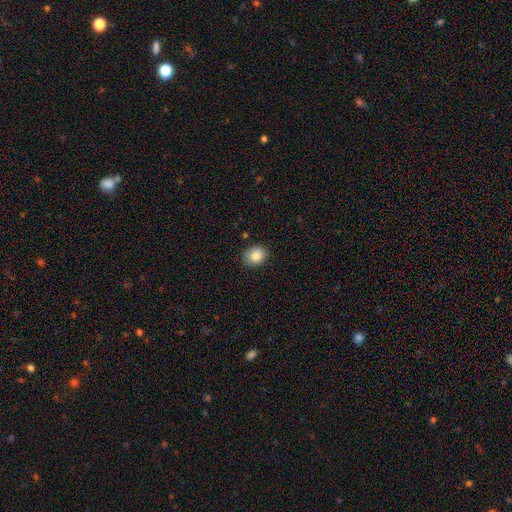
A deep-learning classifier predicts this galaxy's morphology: smooth_or_featured: smooth (p=0.86) [alt: star or artifact p=0.09]
how_rounded: round (p=0.55) [alt: in between p=0.45]
merging: none (p=0.82) [alt: minor disturbance p=0.14]